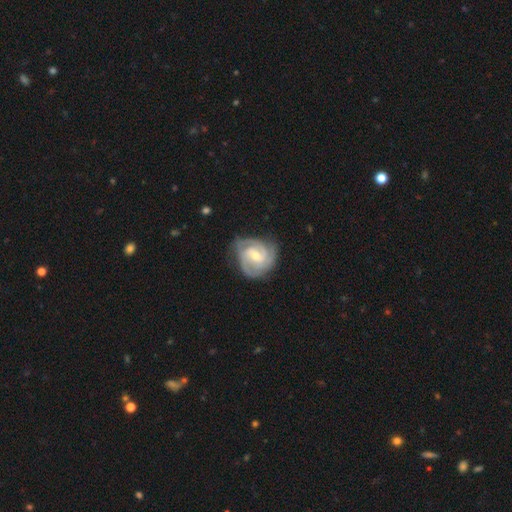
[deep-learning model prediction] Morphology: type=featured or disk (88%); edge-on=no (98%); bar=weak (53%); spiral arms=yes (98%); winding=tight (61%); arm count=3 (46%); bulge=moderate (52%); merging=none (71%).